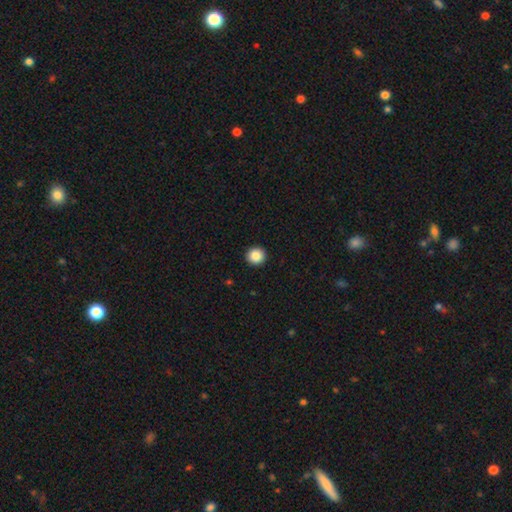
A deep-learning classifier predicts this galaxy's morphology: Smooth or featured? smooth (87%)
How rounded? round (94%)
Merging? none (93%)